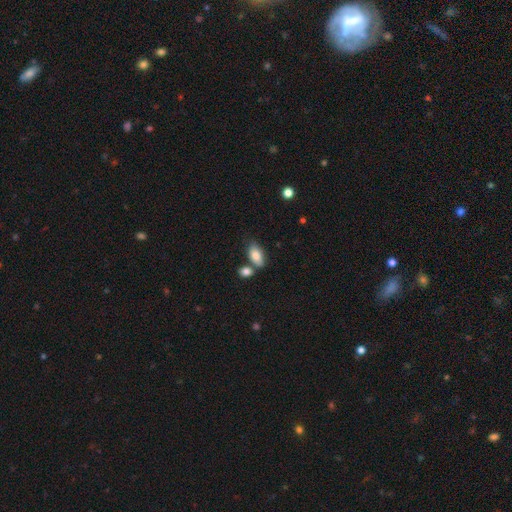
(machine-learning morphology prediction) type=smooth (83%); roundness=in between (91%); merging=none (58%).